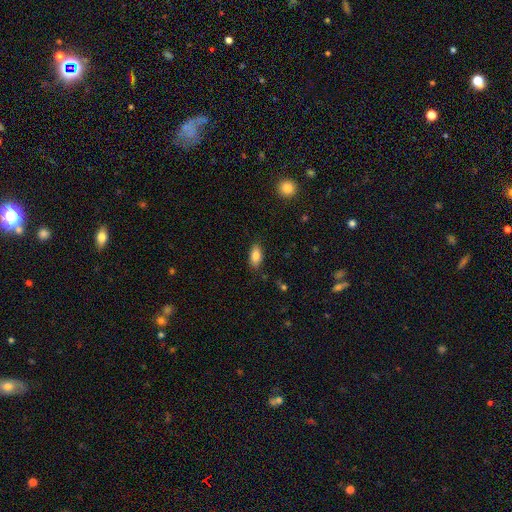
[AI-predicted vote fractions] Overall: smooth (84%). How rounded: in between (88%). Merging: none (85%).